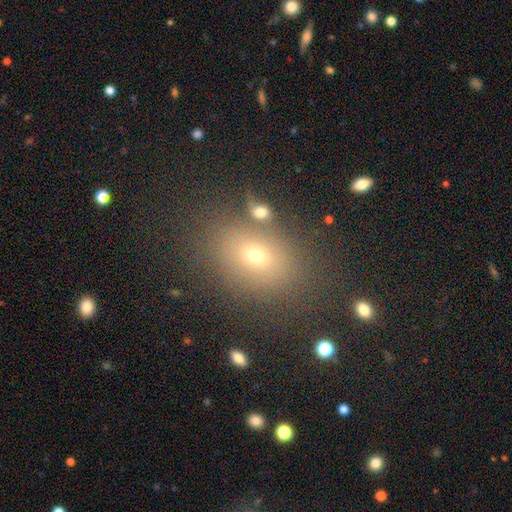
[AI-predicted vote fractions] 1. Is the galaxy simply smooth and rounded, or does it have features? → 64% smooth, 19% star or artifact, 17% featured or disk.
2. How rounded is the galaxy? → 61% in between, 37% round, 1% cigar-shaped.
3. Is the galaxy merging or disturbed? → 73% none, 13% minor disturbance, 8% merger, 6% major disturbance.